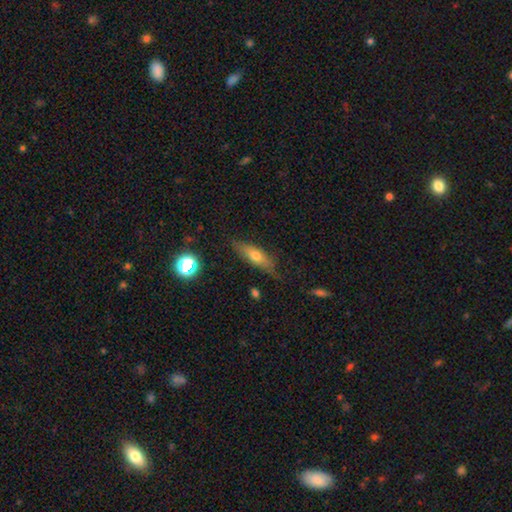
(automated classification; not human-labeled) Smooth or featured: smooth — 59% (featured or disk — 32%)
How rounded: cigar-shaped — 50% (in between — 47%)
Merging: none — 75% (minor disturbance — 19%)